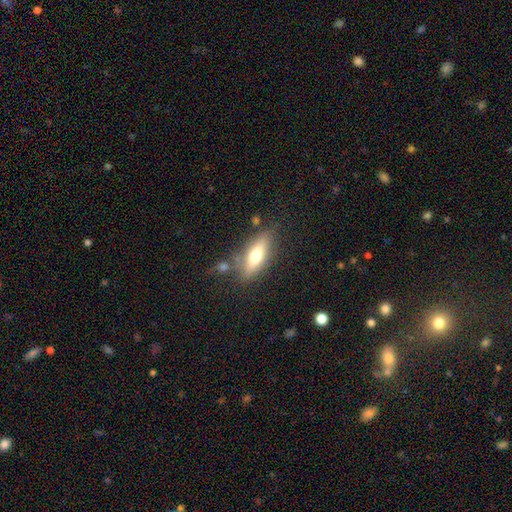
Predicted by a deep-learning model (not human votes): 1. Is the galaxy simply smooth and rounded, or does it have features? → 61% smooth, 32% featured or disk, 7% star or artifact.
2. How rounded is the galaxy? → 61% in between, 36% cigar-shaped, 3% round.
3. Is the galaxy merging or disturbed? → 73% none, 16% minor disturbance, 6% merger, 5% major disturbance.